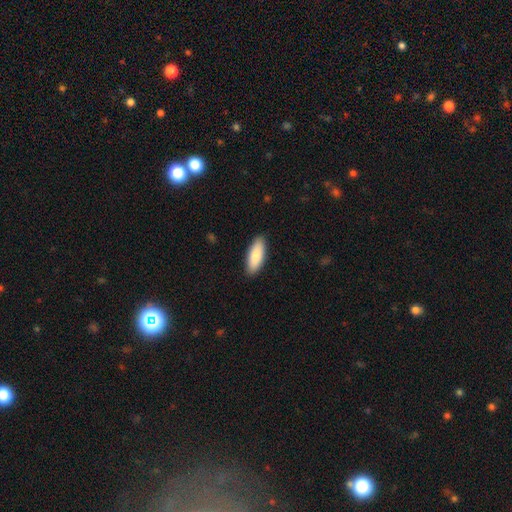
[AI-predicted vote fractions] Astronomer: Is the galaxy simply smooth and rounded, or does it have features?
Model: smooth — 84%.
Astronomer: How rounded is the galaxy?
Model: in between — 76%.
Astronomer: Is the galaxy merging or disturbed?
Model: none — 89%.